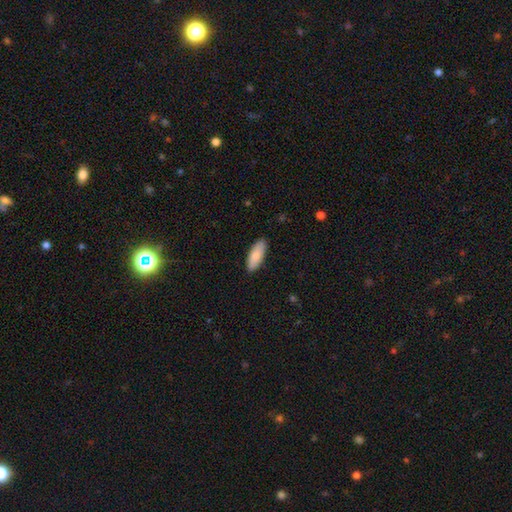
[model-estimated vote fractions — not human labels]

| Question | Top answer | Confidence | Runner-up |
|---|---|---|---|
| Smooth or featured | smooth | 84% | featured or disk (11%) |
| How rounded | in between | 73% | cigar-shaped (25%) |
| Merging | none | 89% | minor disturbance (9%) |